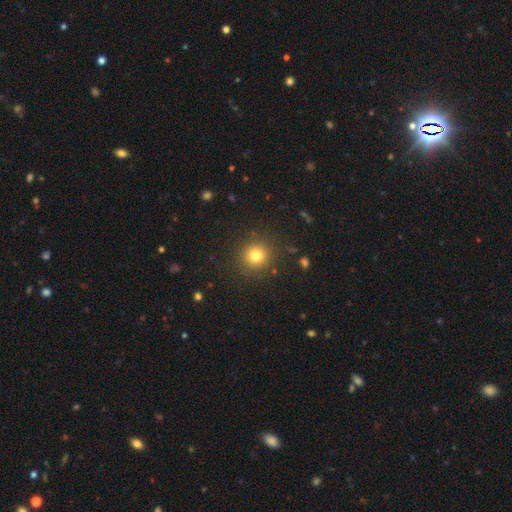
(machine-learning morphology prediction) This appears to be a smooth galaxy with no disk features (78%) that is round (94%). Merging: none (89%).